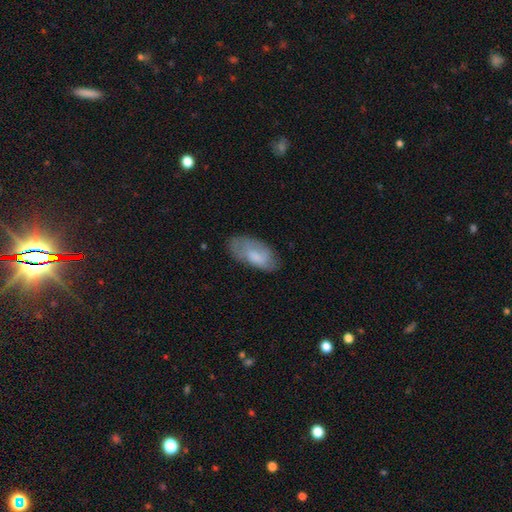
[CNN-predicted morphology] The model was most divided on "merging": none: 62%, minor disturbance: 27%, major disturbance: 10%, merger: 2%. More confident: how rounded — in between (90%); smooth or featured — smooth (68%).